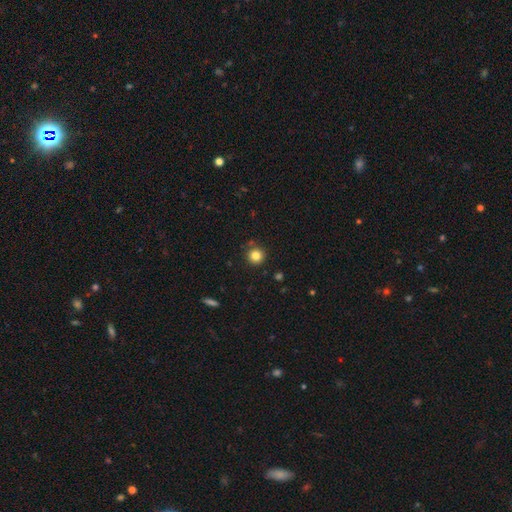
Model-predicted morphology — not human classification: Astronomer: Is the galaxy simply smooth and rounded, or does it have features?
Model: smooth — 82%.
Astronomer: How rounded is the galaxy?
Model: round — 95%.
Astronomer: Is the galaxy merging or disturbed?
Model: none — 87%.